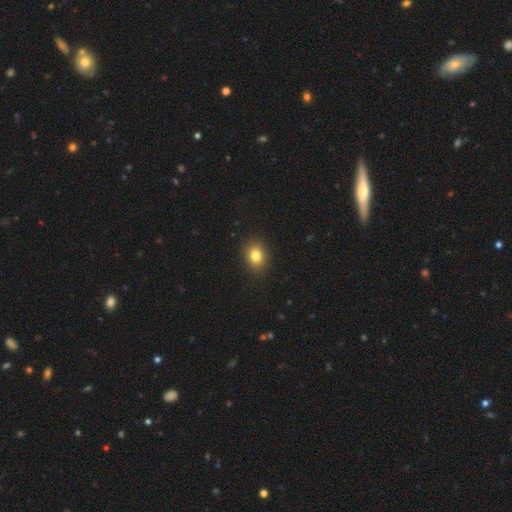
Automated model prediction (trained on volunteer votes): The model was most divided on "how rounded": in between: 62%, round: 37%, cigar-shaped: 1%. More confident: merging — none (90%); smooth or featured — smooth (81%).